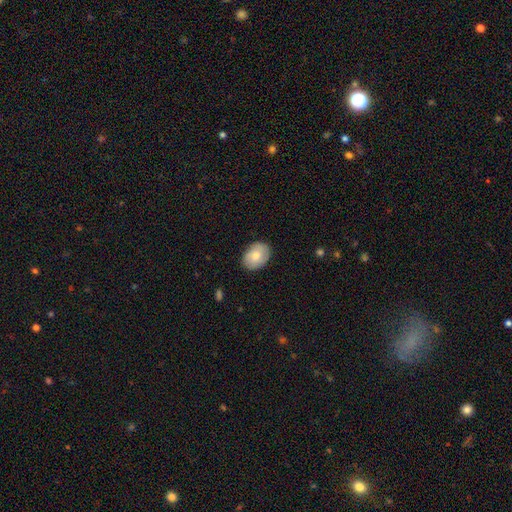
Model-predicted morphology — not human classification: Overall: smooth (72%). How rounded: in between (73%). Merging: none (83%).